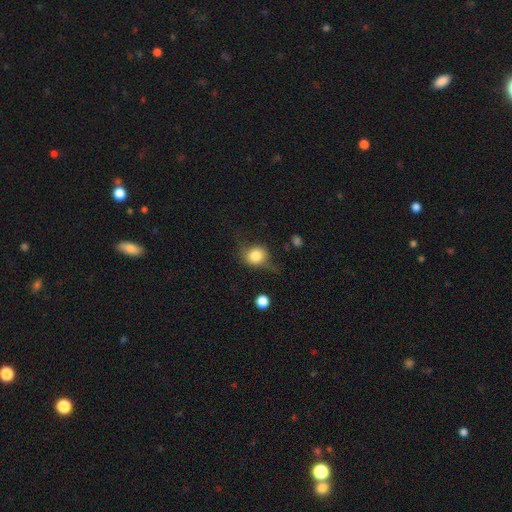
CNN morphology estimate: smooth-or-featured: smooth: 76% | featured or disk: 14% | star or artifact: 10%
  how-rounded: round: 75% | in between: 23% | cigar-shaped: 1%
  merging: none: 59% | minor disturbance: 25% | major disturbance: 13% | merger: 3%